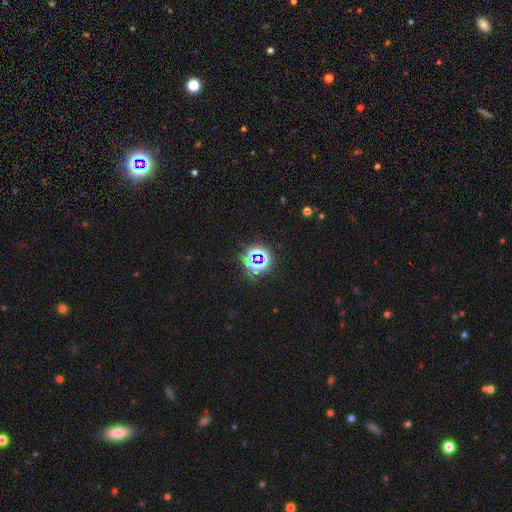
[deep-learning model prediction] smooth_or_featured: star or artifact (p=0.73) [alt: smooth p=0.18]